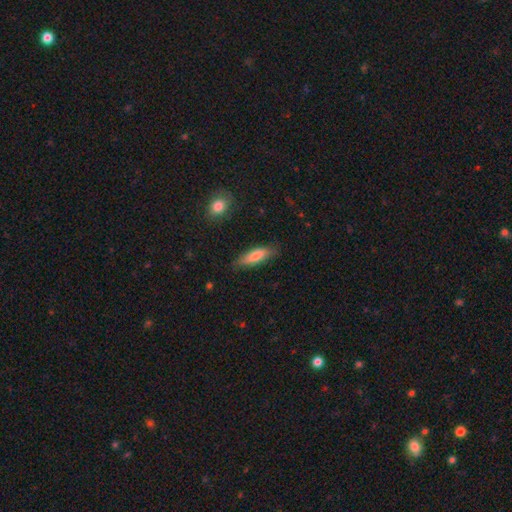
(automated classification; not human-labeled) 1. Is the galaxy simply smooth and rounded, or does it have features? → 79% smooth, 14% featured or disk, 6% star or artifact.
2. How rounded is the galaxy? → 60% cigar-shaped, 38% in between, 2% round.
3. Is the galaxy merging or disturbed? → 82% none, 14% minor disturbance, 3% major disturbance, 2% merger.